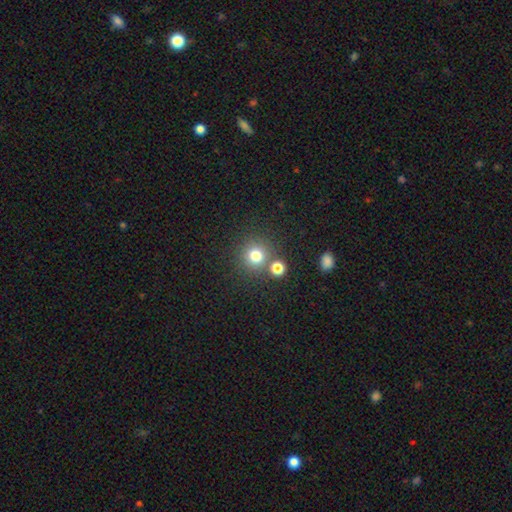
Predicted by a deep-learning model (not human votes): smooth-or-featured: smooth: 77% | star or artifact: 16% | featured or disk: 7%
  how-rounded: round: 93% | in between: 6% | cigar-shaped: 1%
  merging: none: 74% | merger: 15% | minor disturbance: 8% | major disturbance: 3%